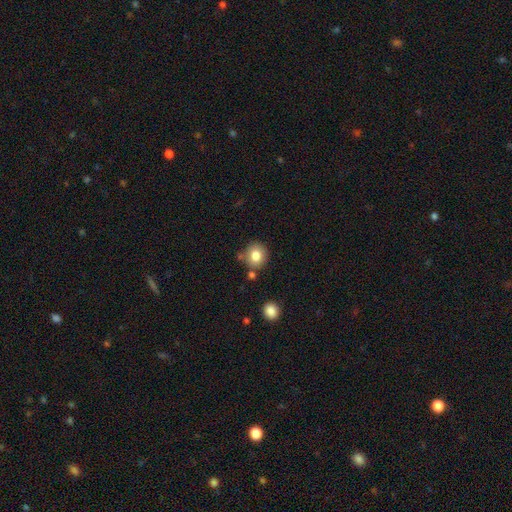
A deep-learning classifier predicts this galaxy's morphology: A smooth galaxy with no disk features (81%) that is round (84%).

Vote fractions:
- Smooth or featured? smooth: 81% / star or artifact: 10% / featured or disk: 9%
- How rounded? round: 84% / in between: 15% / cigar-shaped: 1%
- Merging? none: 75% / minor disturbance: 13% / merger: 9% / major disturbance: 3%